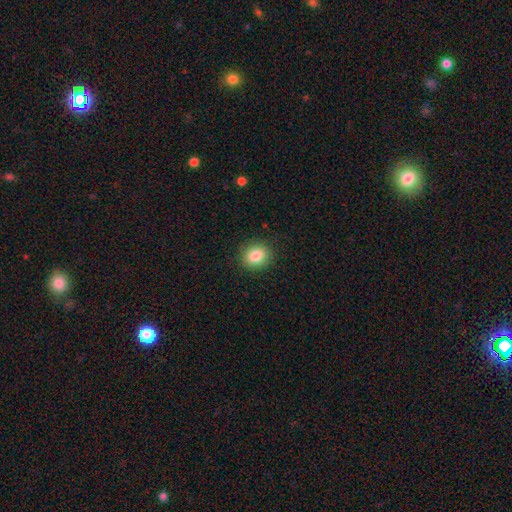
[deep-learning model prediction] smooth 84%, star or artifact 10%, featured or disk 6%. Down the decision tree: how rounded — round (67%); merging — none (89%).